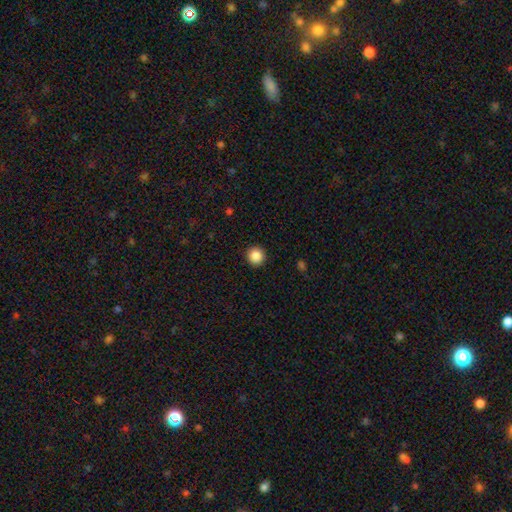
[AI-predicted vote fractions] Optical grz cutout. It shows a smooth galaxy with no disk features (87%) that is round (95%). Merging: none (92%).